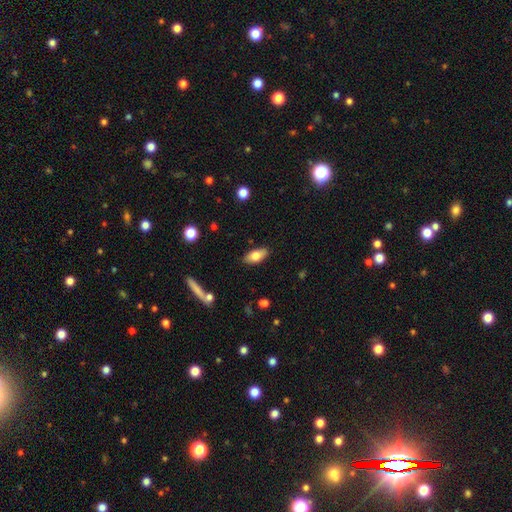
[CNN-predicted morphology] A smooth galaxy with no disk features (75%) that is in between round and cigar-shaped (84%).

Vote fractions:
- Smooth or featured? smooth: 75% / featured or disk: 18% / star or artifact: 7%
- How rounded? in between: 84% / cigar-shaped: 13% / round: 3%
- Merging? none: 86% / minor disturbance: 10% / major disturbance: 2% / merger: 2%